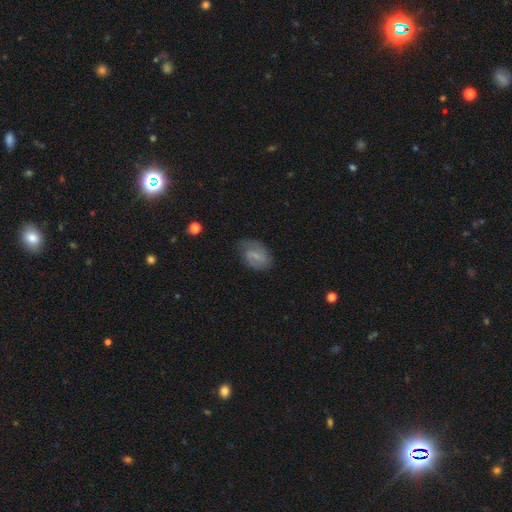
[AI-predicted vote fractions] Smooth or featured: featured or disk — 51% (smooth — 41%)
Edge-on disk: no — 96% (yes — 4%)
Merging: none — 62% (minor disturbance — 26%)